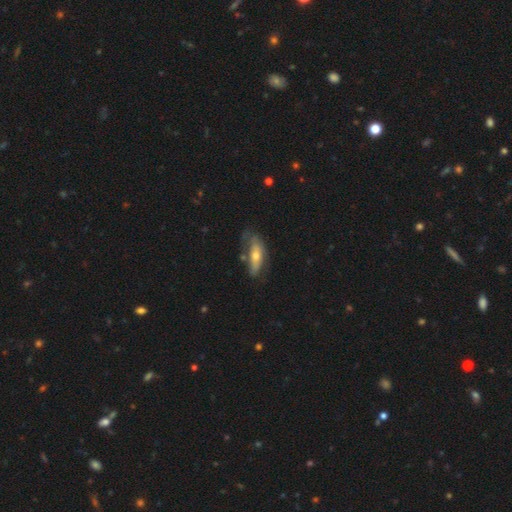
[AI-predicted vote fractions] This is possibly a smooth galaxy (48%). Merging: possibly none (47%).